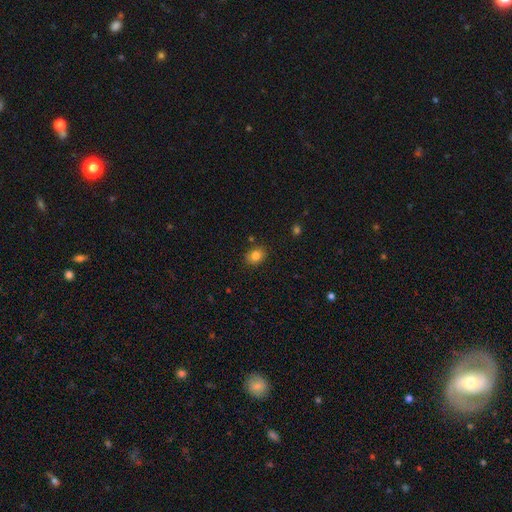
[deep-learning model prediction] Smooth or featured?
  - smooth: 82% *
  - star or artifact: 11%
  - featured or disk: 7%
How rounded?
  - in between: 52% *
  - round: 47%
  - cigar-shaped: 1%
Merging?
  - none: 84% *
  - minor disturbance: 11%
  - merger: 3%
  - major disturbance: 2%